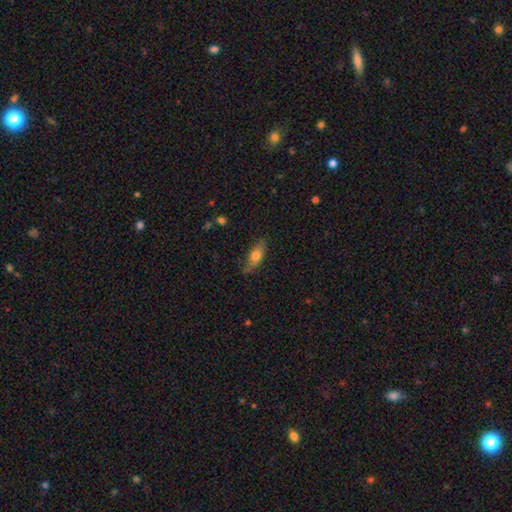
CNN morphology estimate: Smooth or featured? Predicted: smooth (p=0.70). How rounded? Predicted: in between (p=0.74). Merging? Predicted: none (p=0.73).